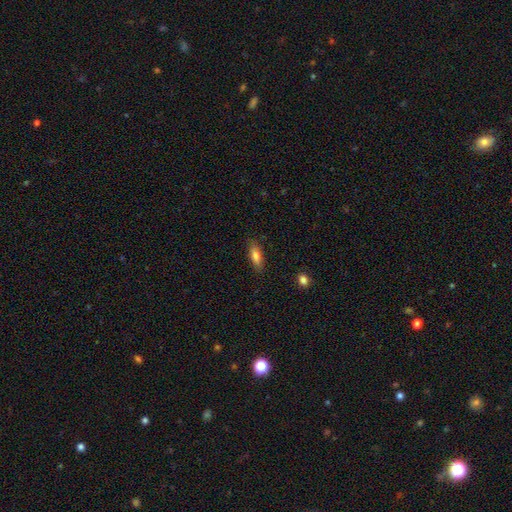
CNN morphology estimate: This appears to be a smooth galaxy with no disk features (79%) that is in between round and cigar-shaped (61%). Merging: none (85%).